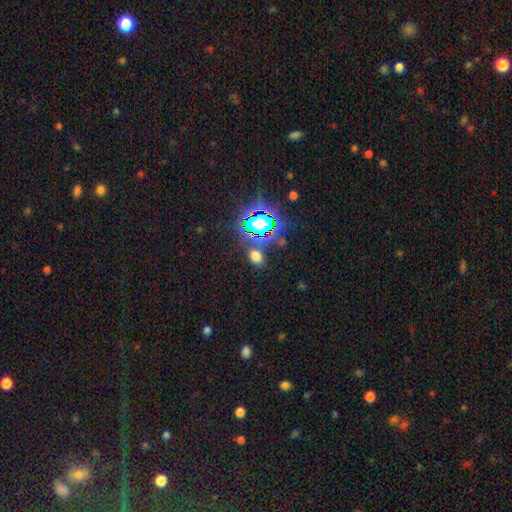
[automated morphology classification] The model was most divided on "smooth or featured": smooth: 57%, star or artifact: 35%, featured or disk: 7%. More confident: merging — none (80%); how rounded — in between (71%).